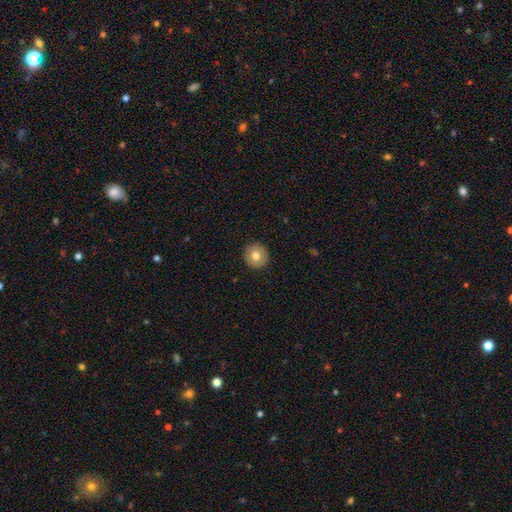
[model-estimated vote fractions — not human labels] smooth 77%, featured or disk 15%, star or artifact 9%. Down the decision tree: how rounded — round (94%); merging — none (92%).